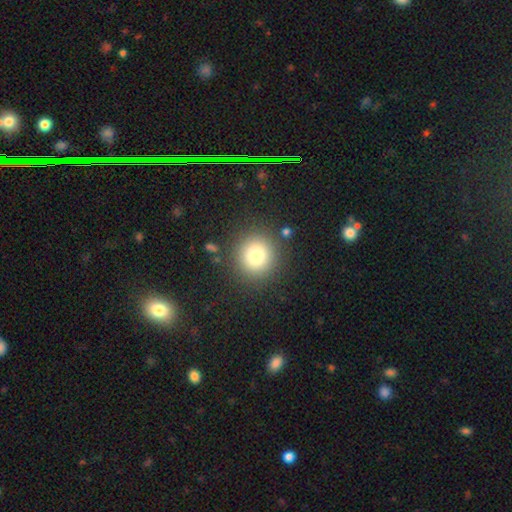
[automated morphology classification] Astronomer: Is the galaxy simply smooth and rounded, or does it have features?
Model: smooth — 77%.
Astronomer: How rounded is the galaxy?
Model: round — 93%.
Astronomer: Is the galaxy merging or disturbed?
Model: none — 88%.